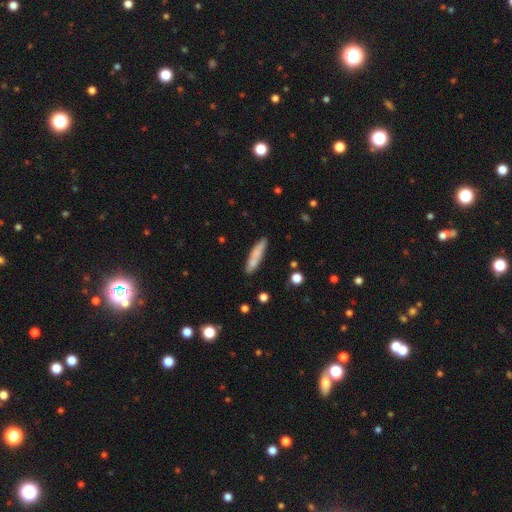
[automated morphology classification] This appears to be a smooth galaxy with no disk features (75%) that is cigar-shaped (85%). Merging: none (79%).